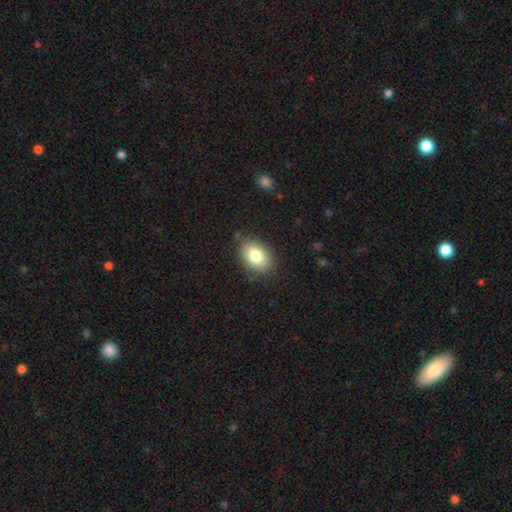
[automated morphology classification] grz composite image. It shows a smooth galaxy with no disk features (81%) that is in between round and cigar-shaped (78%). Merging: none (83%).